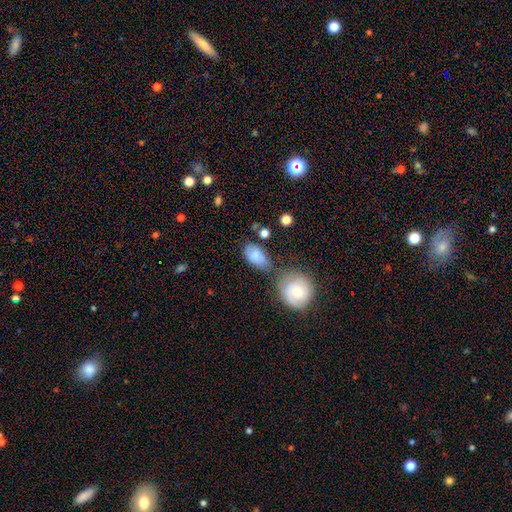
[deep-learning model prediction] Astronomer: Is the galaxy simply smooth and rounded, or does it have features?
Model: smooth — 77%.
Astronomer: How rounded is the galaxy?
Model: in between — 89%.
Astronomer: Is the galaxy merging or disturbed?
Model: none — 51%.